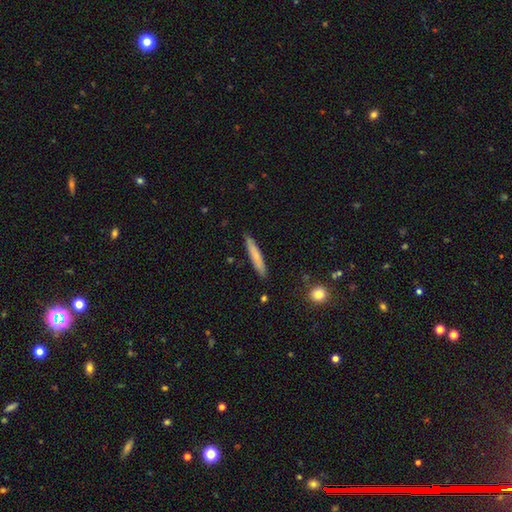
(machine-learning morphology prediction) Smooth or featured? Predicted: smooth (p=0.71). How rounded? Predicted: cigar-shaped (p=0.94). Merging? Predicted: none (p=0.87).